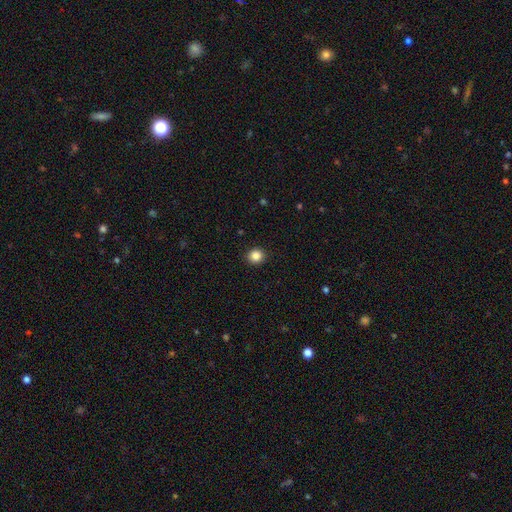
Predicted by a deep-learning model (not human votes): Smooth or featured: smooth — 85% (star or artifact — 11%)
How rounded: round — 84% (in between — 15%)
Merging: none — 92% (minor disturbance — 5%)